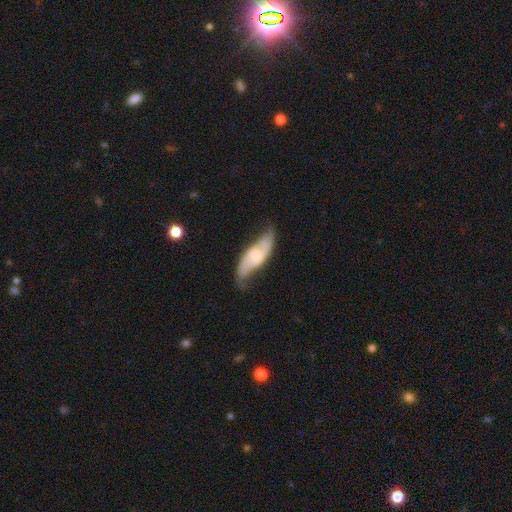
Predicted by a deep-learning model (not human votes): Morphology: type=featured or disk (65%); edge-on=no (86%); bar=no (54%); spiral arms=yes (88%); bulge=small (47%); merging=none (62%).